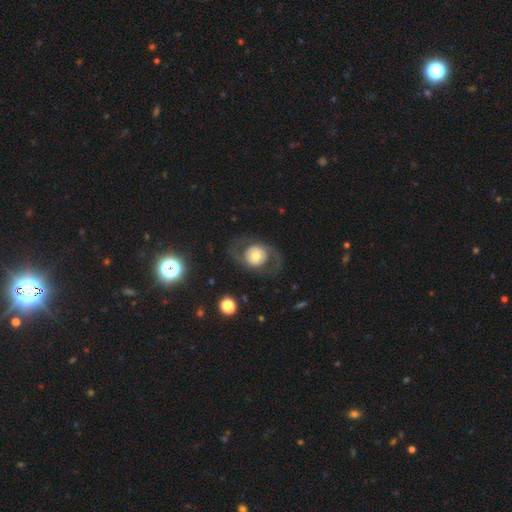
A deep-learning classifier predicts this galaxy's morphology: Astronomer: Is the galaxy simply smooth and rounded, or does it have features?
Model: featured or disk — 65%.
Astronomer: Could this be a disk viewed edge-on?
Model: no — 94%.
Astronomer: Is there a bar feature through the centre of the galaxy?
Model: no — 77%.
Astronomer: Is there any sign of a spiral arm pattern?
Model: yes — 54% (runner-up: no, 46%).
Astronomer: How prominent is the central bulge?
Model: moderate — 59%.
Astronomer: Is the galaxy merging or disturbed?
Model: none — 68%.